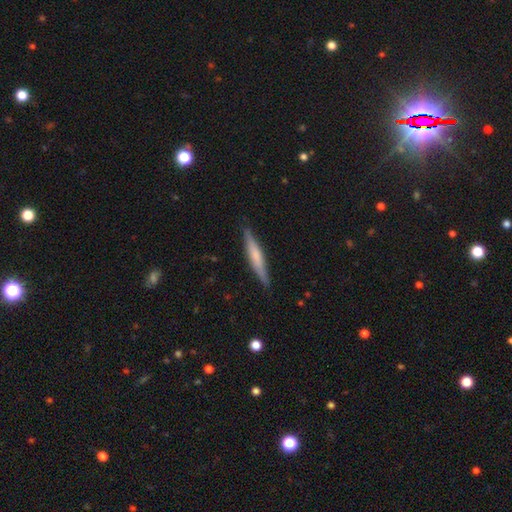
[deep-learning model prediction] A smooth galaxy with no disk features (53%) that is cigar-shaped (93%).

Vote fractions:
- Smooth or featured? smooth: 53% / featured or disk: 41% / star or artifact: 6%
- How rounded? cigar-shaped: 93% / in between: 6% / round: 1%
- Merging? none: 88% / minor disturbance: 9% / major disturbance: 2% / merger: 1%